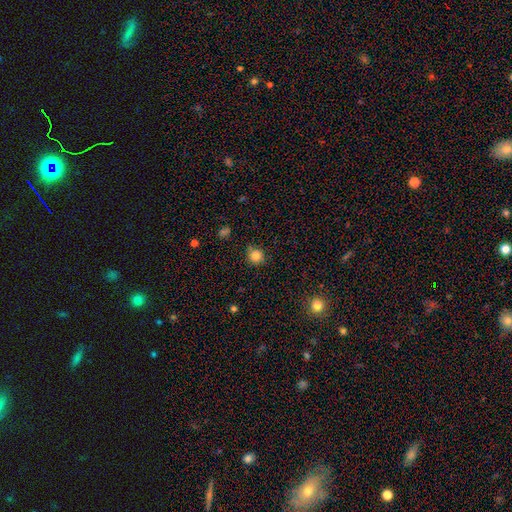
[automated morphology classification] smooth 82%, star or artifact 12%, featured or disk 6%. Down the decision tree: how rounded — round (88%); merging — none (77%).